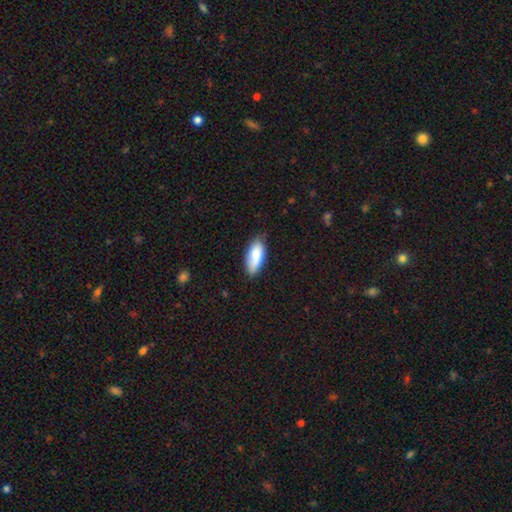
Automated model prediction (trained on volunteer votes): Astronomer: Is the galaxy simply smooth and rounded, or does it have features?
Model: smooth — 82%.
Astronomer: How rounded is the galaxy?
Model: in between — 84%.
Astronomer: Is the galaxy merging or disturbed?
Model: none — 75%.